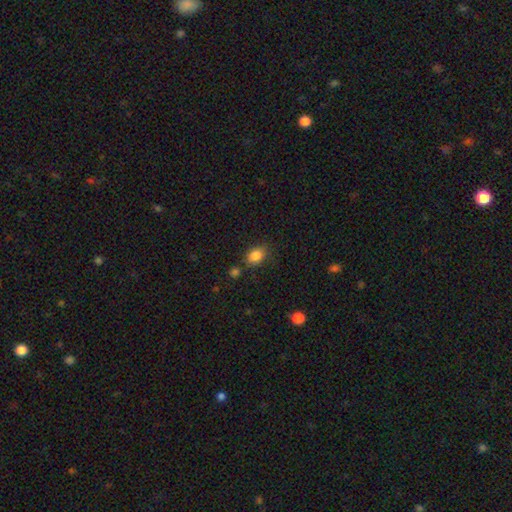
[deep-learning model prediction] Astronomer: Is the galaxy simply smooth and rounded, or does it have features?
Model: smooth — 84%.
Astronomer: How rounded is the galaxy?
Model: in between — 69%.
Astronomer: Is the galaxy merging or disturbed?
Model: none — 75%.